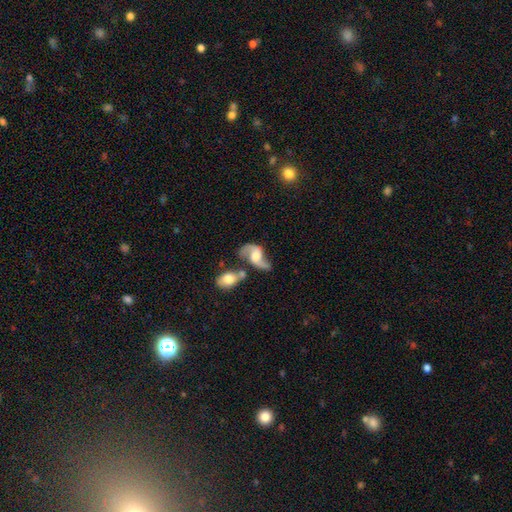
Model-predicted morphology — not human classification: Smooth or featured?
  - featured or disk: 80% *
  - smooth: 14%
  - star or artifact: 6%
Edge-on disk?
  - no: 96% *
  - yes: 4%
Bar?
  - no: 44% *
  - weak: 43%
  - strong: 12%
Spiral arms?
  - yes: 93% *
  - no: 7%
Spiral winding?
  - loose: 74% *
  - medium: 21%
  - tight: 5%
Spiral arm count?
  - 2: 89% *
  - 1: 6%
  - can't tell: 3%
  - 3: 1%
  - 4: 1%
  - more than 4: 1%
Bulge size?
  - moderate: 50% *
  - large: 22%
  - small: 17%
  - none: 9%
  - dominant: 2%
Merging?
  - none: 36% *
  - merger: 34%
  - minor disturbance: 16%
  - major disturbance: 14%